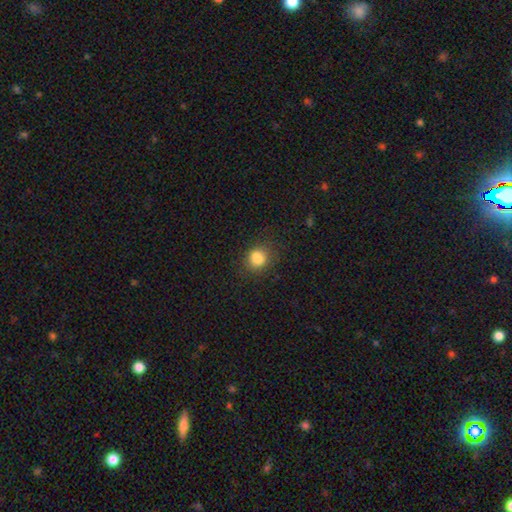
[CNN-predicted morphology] type=smooth (82%); roundness=round (70%); merging=none (73%).